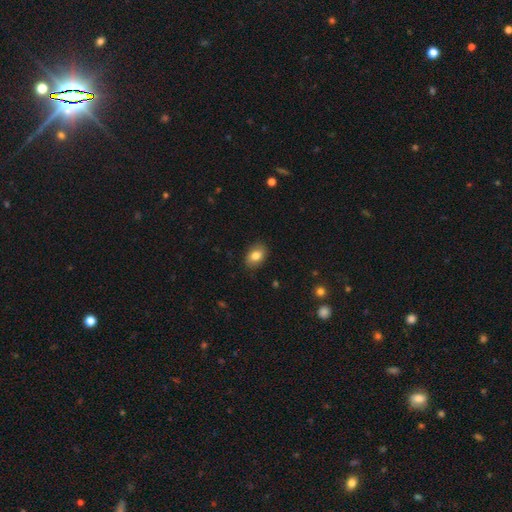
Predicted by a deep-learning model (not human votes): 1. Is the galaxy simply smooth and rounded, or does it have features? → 82% smooth, 10% featured or disk, 8% star or artifact.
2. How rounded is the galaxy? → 82% in between, 17% round, 1% cigar-shaped.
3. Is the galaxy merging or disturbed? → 87% none, 10% minor disturbance, 2% major disturbance, 1% merger.